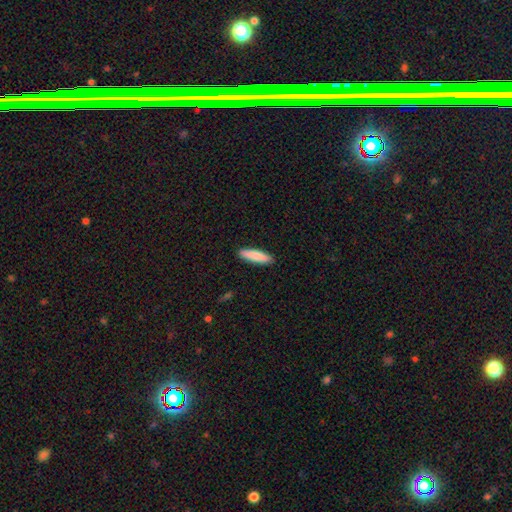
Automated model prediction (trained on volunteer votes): Overall: smooth (85%). How rounded: cigar-shaped (73%). Merging: none (90%).